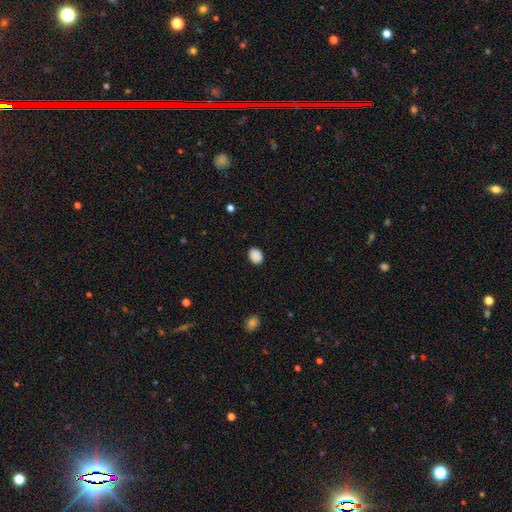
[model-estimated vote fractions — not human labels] Overall: smooth (88%). How rounded: in between (57%; round 42%). Merging: none (88%).